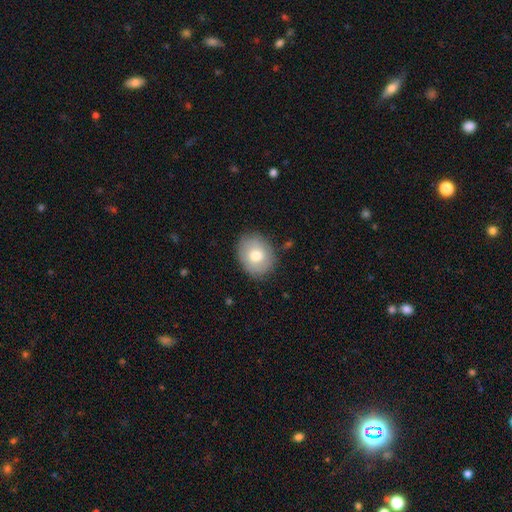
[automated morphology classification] Q: Smooth or featured?
A: smooth (72%); runner-up: featured or disk (20%)
Q: How rounded?
A: round (55%); runner-up: in between (44%)
Q: Merging?
A: none (83%); runner-up: minor disturbance (13%)